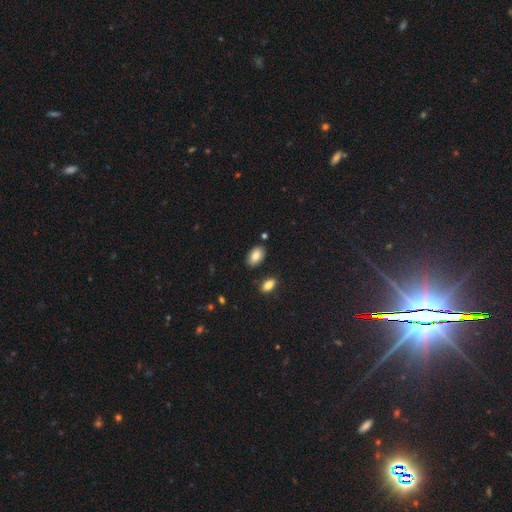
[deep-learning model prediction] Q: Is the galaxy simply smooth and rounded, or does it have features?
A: smooth — 82%.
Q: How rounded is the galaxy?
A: in between — 92%.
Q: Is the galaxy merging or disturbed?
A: none — 84%.